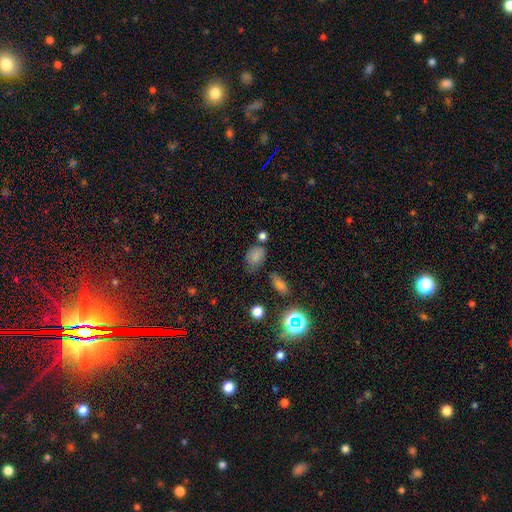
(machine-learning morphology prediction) smooth 76%, star or artifact 15%, featured or disk 8%. Down the decision tree: how rounded — in between (70%); merging — none (53%).